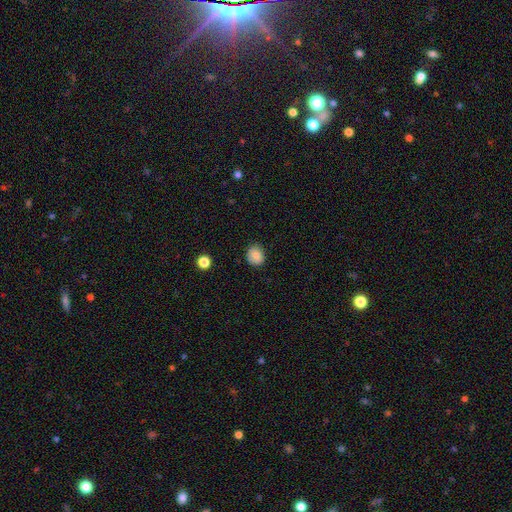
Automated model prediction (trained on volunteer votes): The model was most divided on "how rounded": round: 65%, in between: 34%, cigar-shaped: 1%. More confident: smooth or featured — smooth (86%); merging — none (82%).